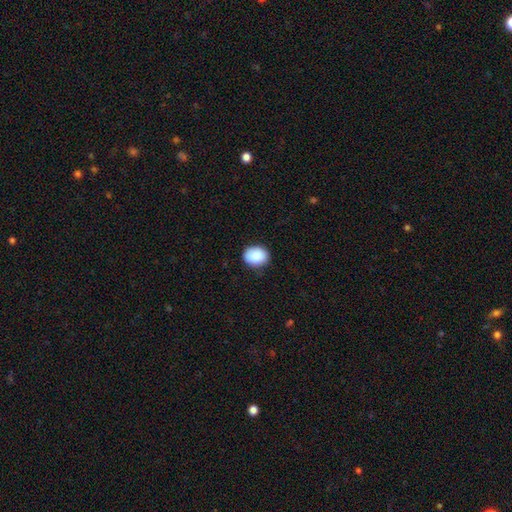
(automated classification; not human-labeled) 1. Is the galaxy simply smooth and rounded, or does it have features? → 89% smooth, 7% star or artifact, 3% featured or disk.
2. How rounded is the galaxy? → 52% in between, 47% round, 1% cigar-shaped.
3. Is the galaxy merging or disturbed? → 85% none, 12% minor disturbance, 2% major disturbance, 1% merger.